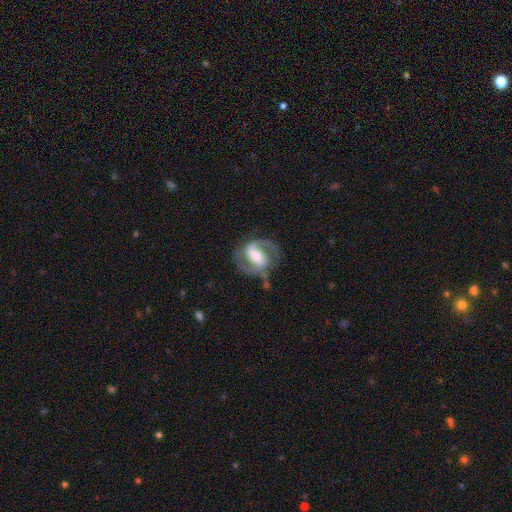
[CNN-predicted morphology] featured or disk 87%, smooth 8%, star or artifact 5%. Down the decision tree: edge-on disk — no (97%); bar — weak (41%, tied with strong); spiral arms — yes (95%); spiral arm count — 2 (87%); spiral winding — medium (56%); bulge size — moderate (60%); merging — none (71%).